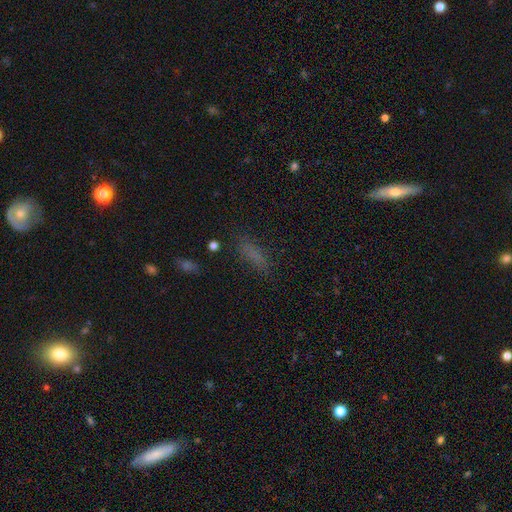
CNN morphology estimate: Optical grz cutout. It shows a smooth galaxy with no disk features (71%) that is cigar-shaped (57%). Merging: none (77%).